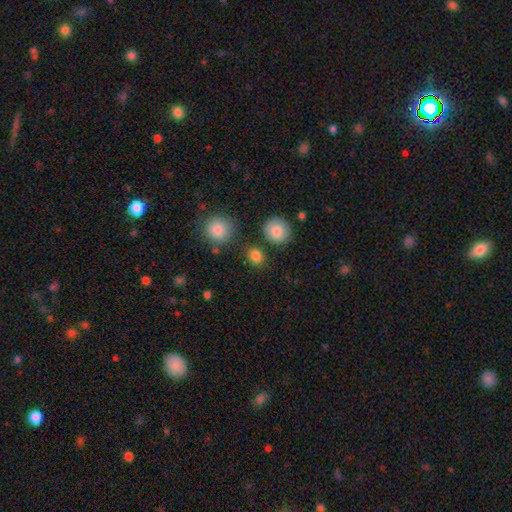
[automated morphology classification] A smooth galaxy with no disk features (84%) that is round (64%). Merging: none (80%).